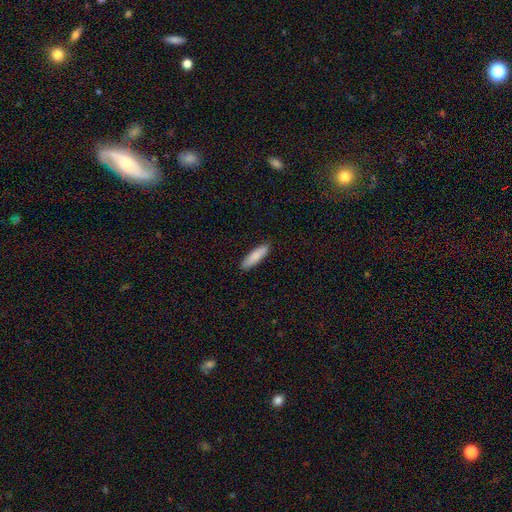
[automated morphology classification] A smooth galaxy with no disk features (85%) that is cigar-shaped (62%). Merging: none (89%).